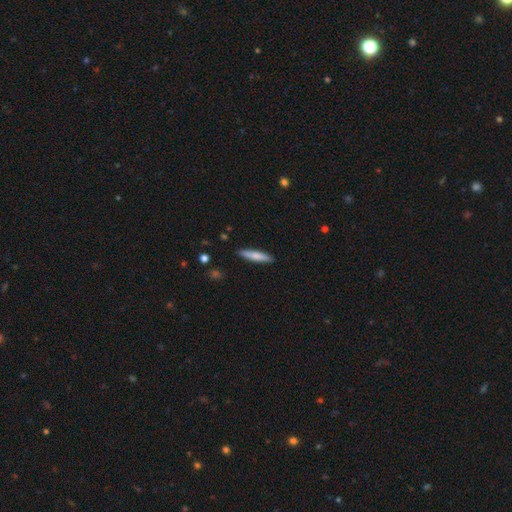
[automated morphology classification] A smooth galaxy with no disk features (74%) that is cigar-shaped (88%). Merging: none (90%).